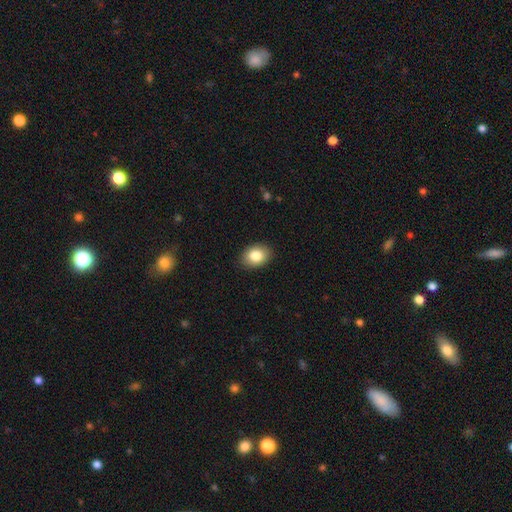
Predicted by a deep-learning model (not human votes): Morphology: type=smooth (83%); roundness=in between (71%); merging=none (89%).